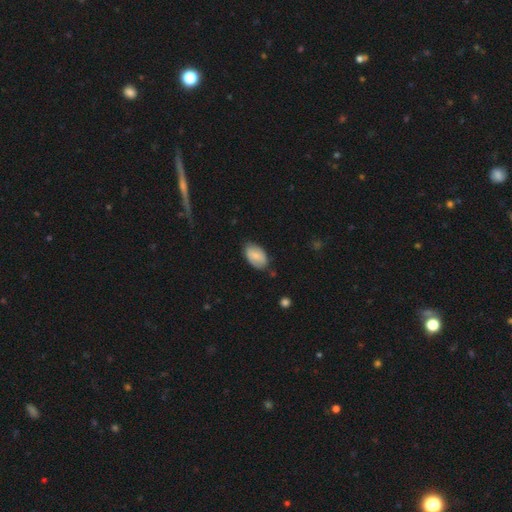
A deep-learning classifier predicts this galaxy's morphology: Smooth or featured? smooth (73%)
How rounded? in between (93%)
Merging? none (73%)